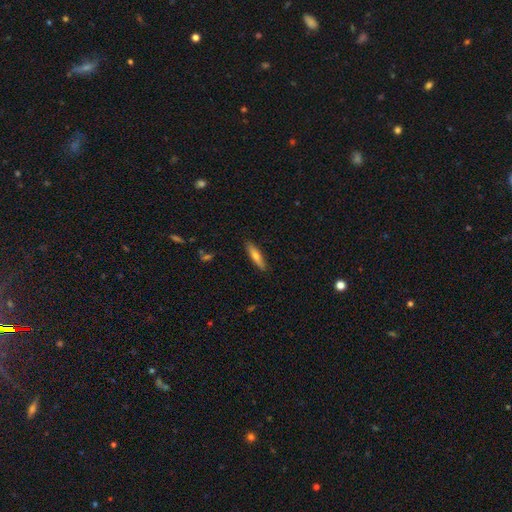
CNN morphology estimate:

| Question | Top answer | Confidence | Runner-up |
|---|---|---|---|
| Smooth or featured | smooth | 66% | featured or disk (28%) |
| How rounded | cigar-shaped | 77% | in between (21%) |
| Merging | none | 88% | minor disturbance (9%) |